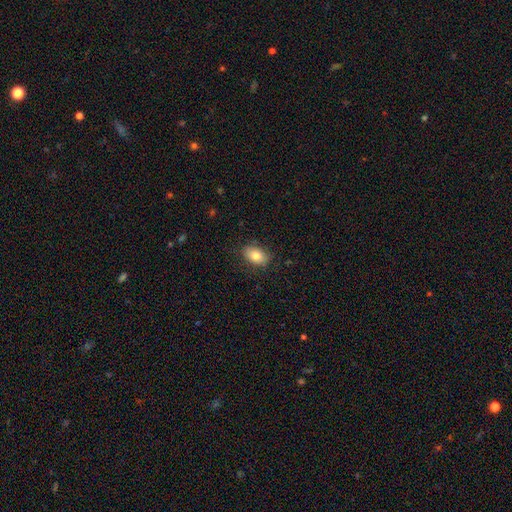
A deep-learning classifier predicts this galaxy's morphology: Q: Smooth or featured?
A: smooth (82%); runner-up: featured or disk (10%)
Q: How rounded?
A: in between (86%); runner-up: round (13%)
Q: Merging?
A: none (83%); runner-up: minor disturbance (13%)